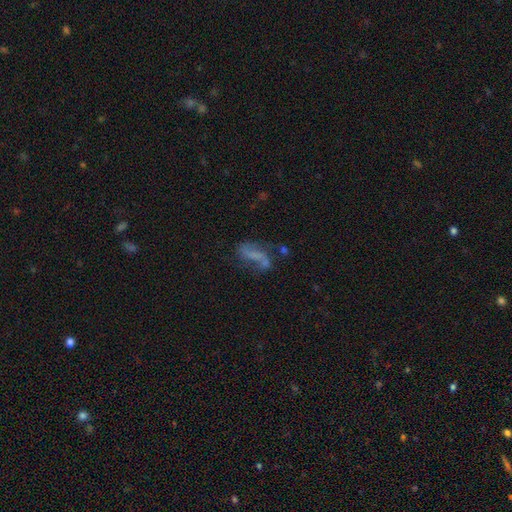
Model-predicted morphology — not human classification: type=featured or disk (62%); edge-on=no (93%); bar=no (41%); spiral arms=yes (78%); bulge=none (69%); merging=none (48%).